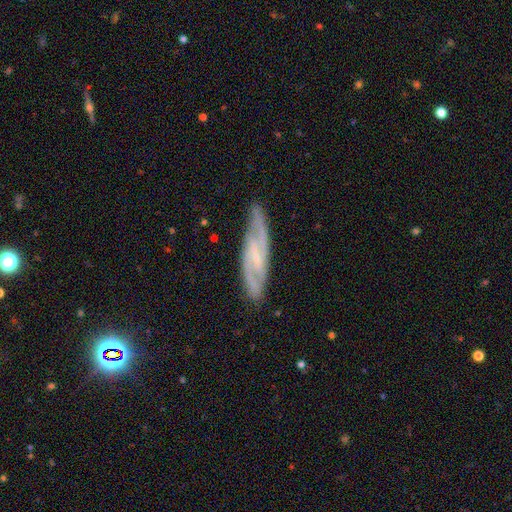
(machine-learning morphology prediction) Smooth or featured? Predicted: featured or disk (p=0.83). Edge-on disk? Predicted: no (p=0.81). Bar? Predicted: weak (p=0.43). Spiral arms? Predicted: yes (p=0.96). Spiral winding? Predicted: medium (p=0.47). Spiral arm count? Predicted: 2 (p=0.73). Bulge size? Predicted: small (p=0.71). Merging? Predicted: none (p=0.80).